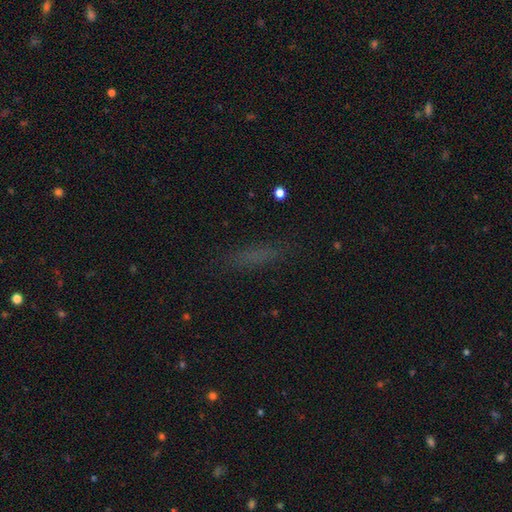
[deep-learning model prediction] Smooth or featured: smooth — 60% (star or artifact — 21%)
How rounded: cigar-shaped — 77% (in between — 20%)
Merging: none — 82% (minor disturbance — 12%)